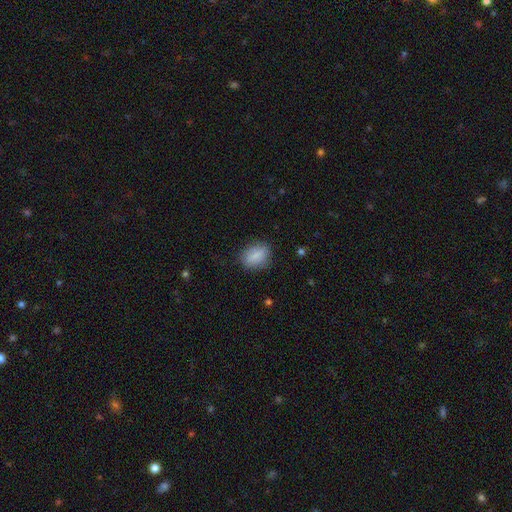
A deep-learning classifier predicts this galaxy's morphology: This is clearly a smooth galaxy (84%). How rounded: likely in between (77%). Merging: likely none (79%).